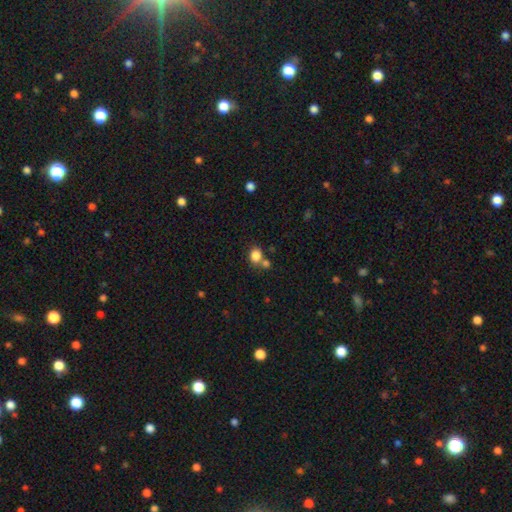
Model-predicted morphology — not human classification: Smooth or featured: smooth — 84% (star or artifact — 11%)
How rounded: round — 59% (in between — 40%)
Merging: none — 60% (merger — 25%)